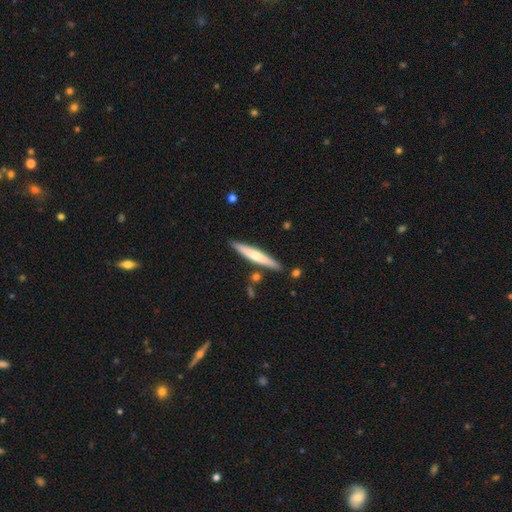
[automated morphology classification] type=smooth (52%); roundness=cigar-shaped (94%); merging=none (86%).